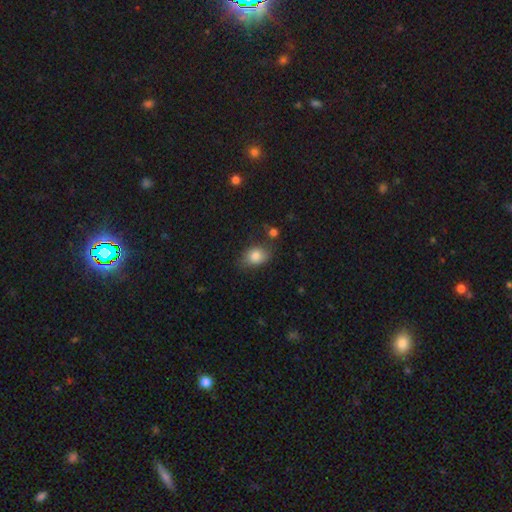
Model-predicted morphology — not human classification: This is clearly a smooth galaxy (82%). How rounded: likely in between (69%). Merging: likely none (69%).